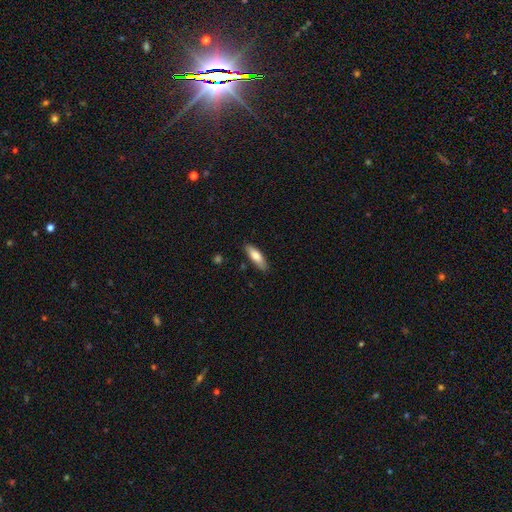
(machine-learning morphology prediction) Smooth or featured: smooth — 75% (featured or disk — 19%)
How rounded: in between — 51% (cigar-shaped — 47%)
Merging: none — 86% (minor disturbance — 11%)